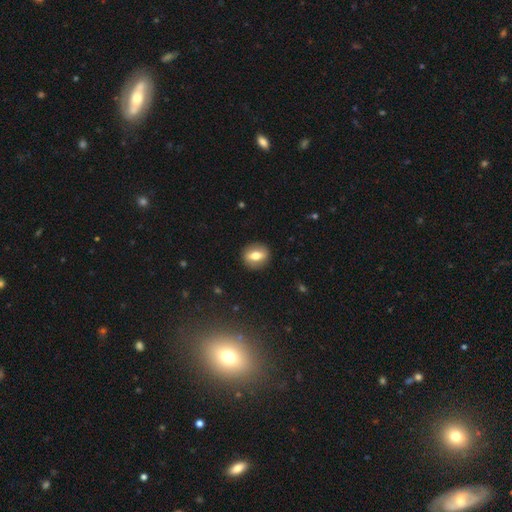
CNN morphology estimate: A smooth galaxy with no disk features (56%) that is round (58%).

Vote fractions:
- Smooth or featured? smooth: 56% / featured or disk: 35% / star or artifact: 9%
- How rounded? round: 58% / in between: 39% / cigar-shaped: 4%
- Merging? none: 88% / minor disturbance: 8% / major disturbance: 3% / merger: 1%